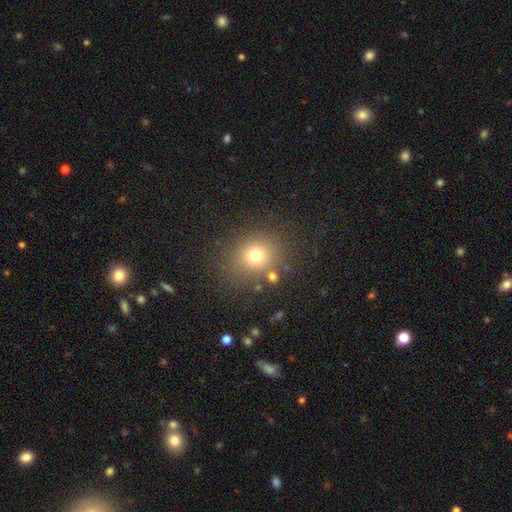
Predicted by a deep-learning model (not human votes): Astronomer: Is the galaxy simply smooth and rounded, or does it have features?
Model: smooth — 72%.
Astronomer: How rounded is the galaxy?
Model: round — 75%.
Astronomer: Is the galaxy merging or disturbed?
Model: none — 79%.